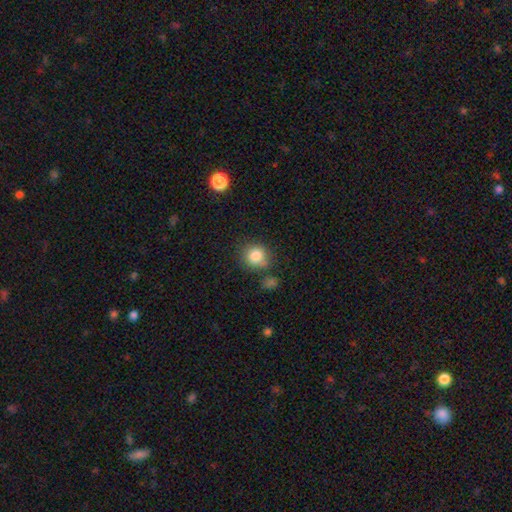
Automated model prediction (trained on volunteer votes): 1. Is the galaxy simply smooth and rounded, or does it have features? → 83% smooth, 10% star or artifact, 7% featured or disk.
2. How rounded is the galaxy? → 85% round, 14% in between, 1% cigar-shaped.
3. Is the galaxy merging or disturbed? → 70% none, 16% minor disturbance, 9% merger, 5% major disturbance.